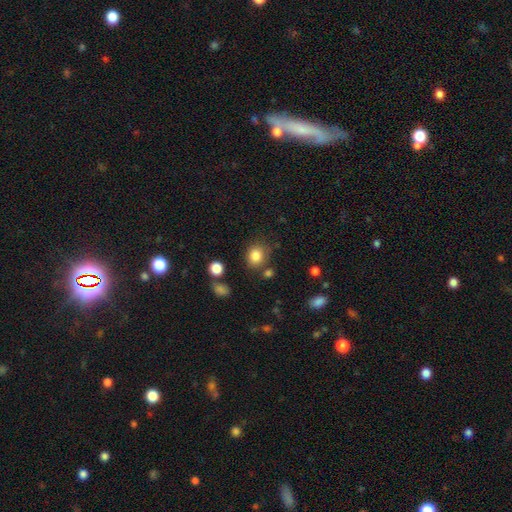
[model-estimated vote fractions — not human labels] Smooth or featured: smooth — 83% (star or artifact — 11%)
How rounded: round — 69% (in between — 30%)
Merging: none — 75% (minor disturbance — 14%)